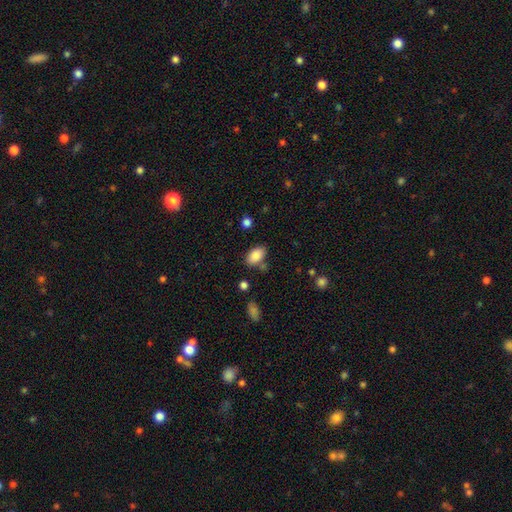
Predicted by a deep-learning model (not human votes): Smooth or featured?
  - smooth: 87% *
  - star or artifact: 8%
  - featured or disk: 5%
How rounded?
  - in between: 92% *
  - round: 7%
  - cigar-shaped: 2%
Merging?
  - none: 71% *
  - minor disturbance: 16%
  - merger: 8%
  - major disturbance: 4%